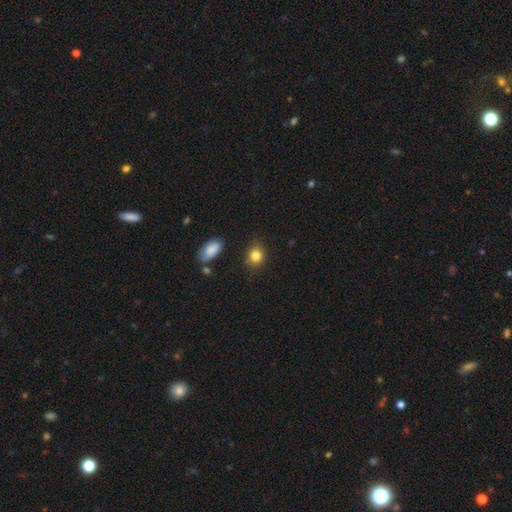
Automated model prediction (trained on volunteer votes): The model was most divided on "how rounded": round: 59%, in between: 39%, cigar-shaped: 1%. More confident: smooth or featured — smooth (84%); merging — none (79%).